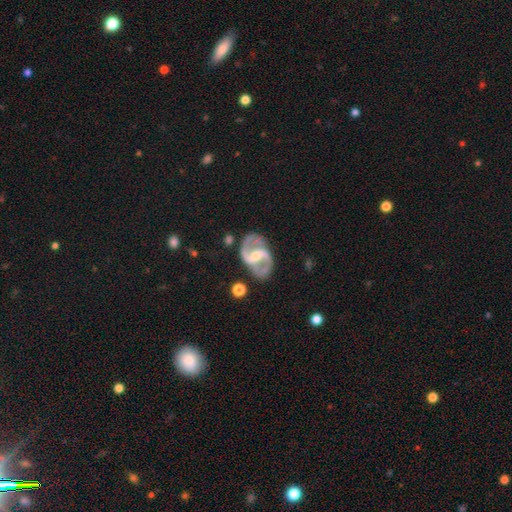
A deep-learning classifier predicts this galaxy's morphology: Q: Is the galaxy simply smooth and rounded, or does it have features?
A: featured or disk — 90%.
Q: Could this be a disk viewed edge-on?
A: no — 97%.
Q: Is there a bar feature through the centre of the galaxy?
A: strong — 44%.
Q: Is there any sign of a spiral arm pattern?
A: yes — 96%.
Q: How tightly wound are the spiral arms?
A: medium — 54%.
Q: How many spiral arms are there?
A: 2 — 93%.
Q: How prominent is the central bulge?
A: moderate — 52%.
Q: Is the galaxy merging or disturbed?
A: none — 76%.